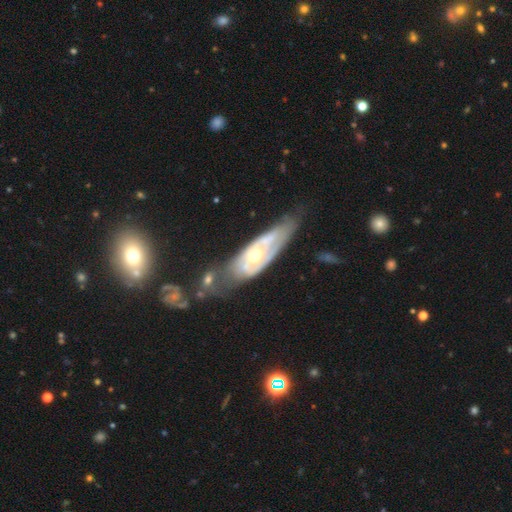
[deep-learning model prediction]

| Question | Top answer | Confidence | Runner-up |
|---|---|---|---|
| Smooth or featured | featured or disk | 78% | smooth (16%) |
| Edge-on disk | no | 84% | yes (16%) |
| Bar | no | 72% | weak (22%) |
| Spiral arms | yes | 71% | no (29%) |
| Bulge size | moderate | 71% | small (18%) |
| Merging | none | 48% | minor disturbance (26%) |